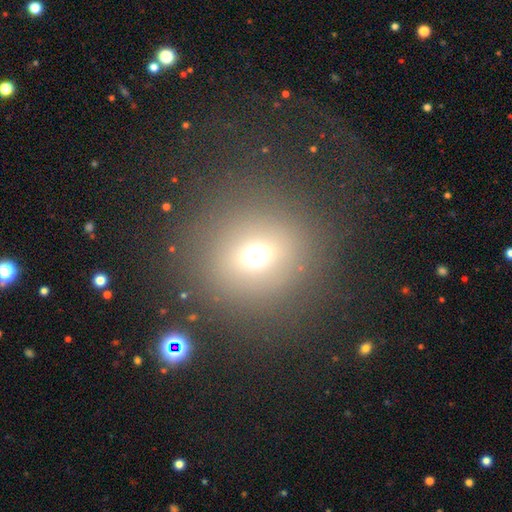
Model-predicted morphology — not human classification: type=smooth (67%); roundness=round (84%); merging=none (82%).